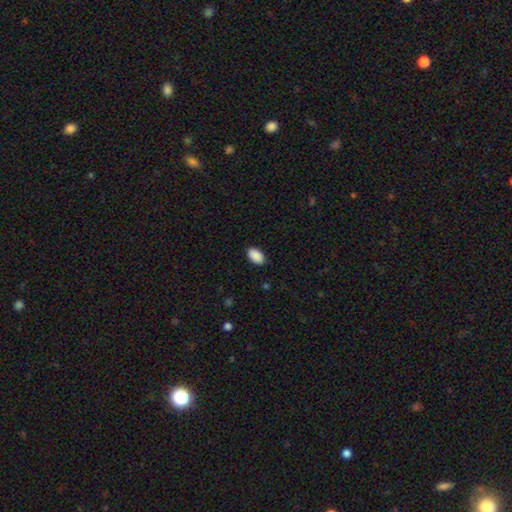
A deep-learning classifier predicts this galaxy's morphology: Q: Smooth or featured?
A: smooth (91%); runner-up: star or artifact (7%)
Q: How rounded?
A: in between (93%); runner-up: round (6%)
Q: Merging?
A: none (89%); runner-up: minor disturbance (8%)